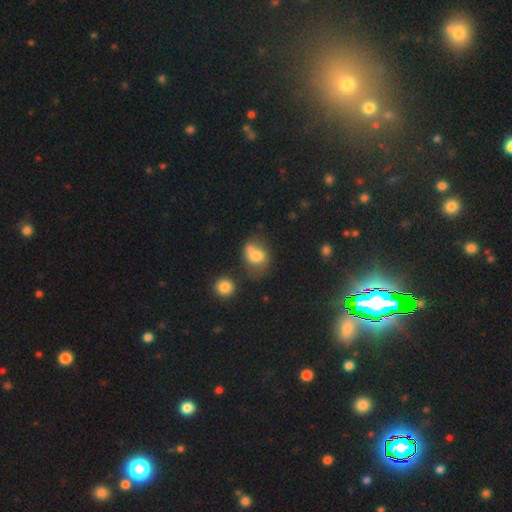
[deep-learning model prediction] A smooth galaxy with no disk features (66%) that is in between round and cigar-shaped (53%). Merging: none (36%).